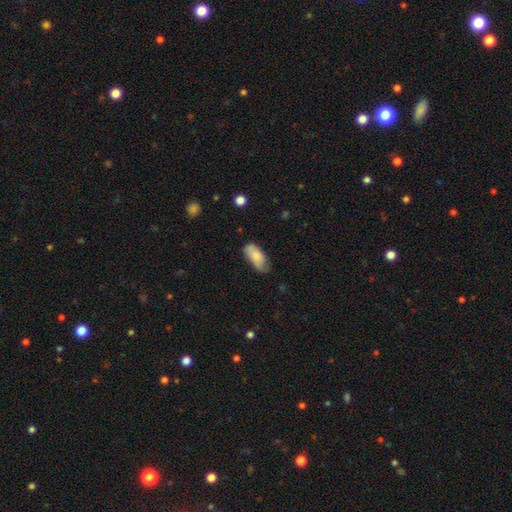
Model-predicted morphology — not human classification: smooth-or-featured: smooth: 78% | featured or disk: 15% | star or artifact: 6%
  how-rounded: in between: 88% | cigar-shaped: 10% | round: 2%
  merging: none: 64% | minor disturbance: 29% | major disturbance: 6% | merger: 2%